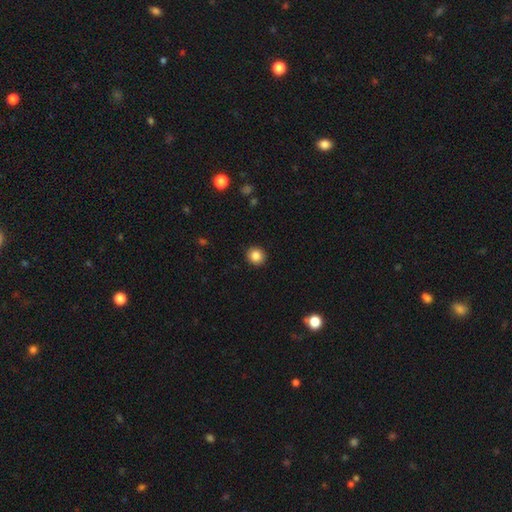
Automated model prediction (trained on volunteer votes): Overall: smooth (85%). How rounded: round (88%). Merging: none (92%).